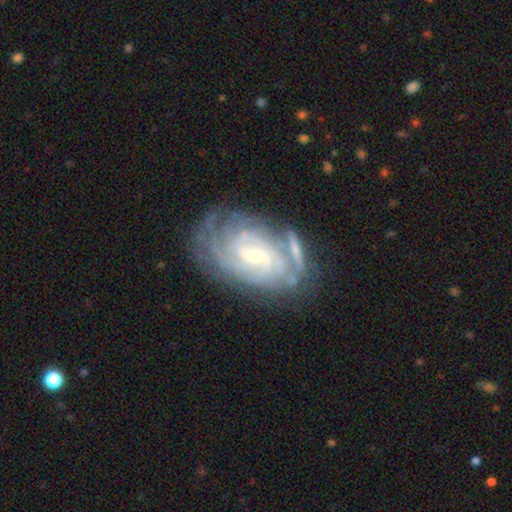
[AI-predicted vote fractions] A featured or disk galaxy (86%) with a weak bar (50%), tight (71%) spiral arms (96%) and a small central bulge (68%). Merging: none (60%).